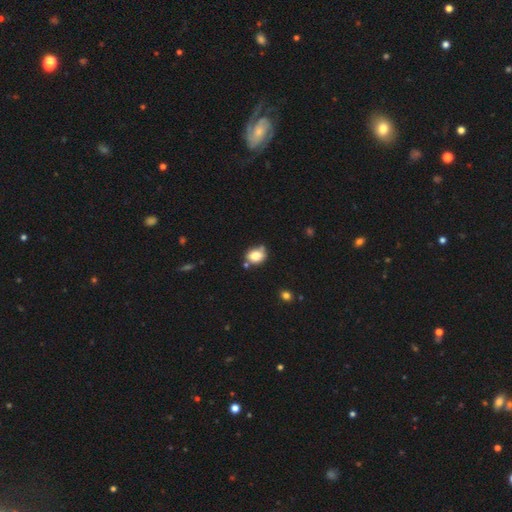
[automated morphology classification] A smooth galaxy with no disk features (80%) that is round (58%).

Vote fractions:
- Smooth or featured? smooth: 80% / star or artifact: 10% / featured or disk: 10%
- How rounded? round: 58% / in between: 41% / cigar-shaped: 1%
- Merging? none: 63% / minor disturbance: 19% / merger: 14% / major disturbance: 4%